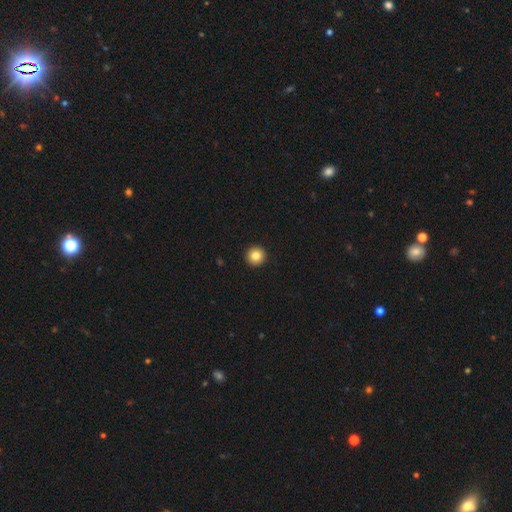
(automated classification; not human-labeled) The model was most divided on "smooth or featured": smooth: 84%, star or artifact: 10%, featured or disk: 7%. More confident: how rounded — round (96%); merging — none (95%).